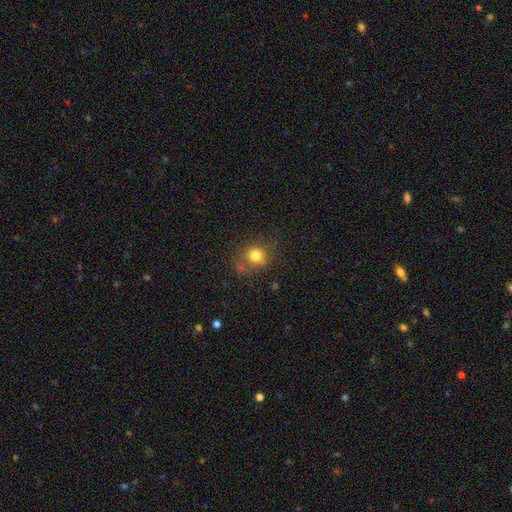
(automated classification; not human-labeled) Smooth or featured? Predicted: smooth (p=0.78). How rounded? Predicted: round (p=0.82). Merging? Predicted: none (p=0.68).